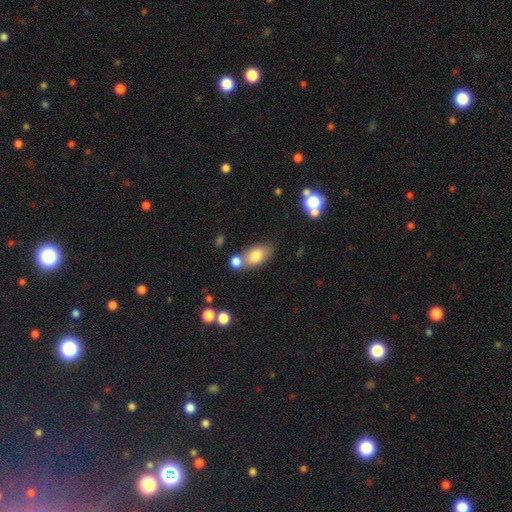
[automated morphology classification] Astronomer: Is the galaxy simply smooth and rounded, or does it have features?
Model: smooth — 77%.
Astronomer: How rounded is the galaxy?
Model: in between — 86%.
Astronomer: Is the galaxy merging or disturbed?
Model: none — 55%.